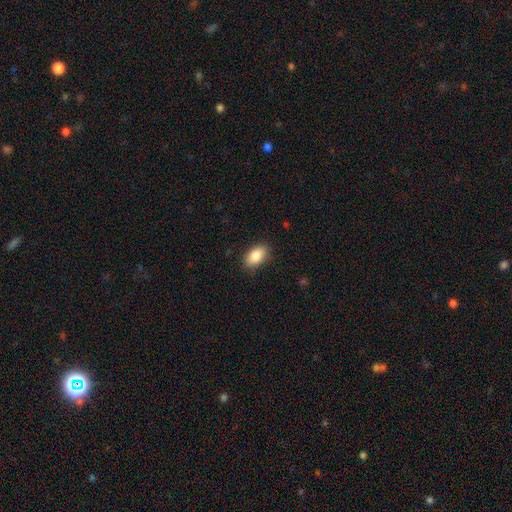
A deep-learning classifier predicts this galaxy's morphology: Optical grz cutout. It shows a smooth galaxy with no disk features (86%) that is in between round and cigar-shaped (91%). Merging: none (86%).